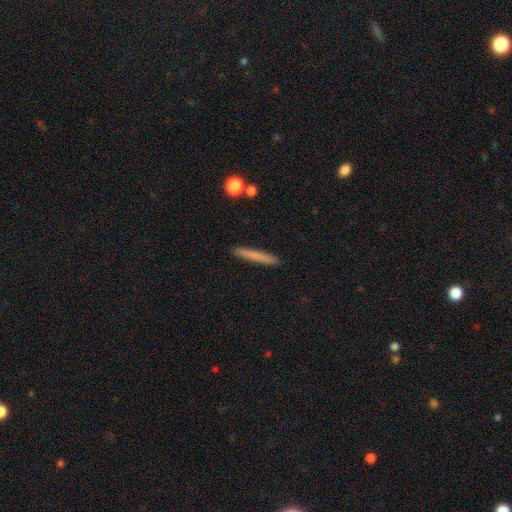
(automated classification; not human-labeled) smooth-or-featured: smooth: 72% | featured or disk: 20% | star or artifact: 7%
  how-rounded: cigar-shaped: 96% | in between: 3% | round: 1%
  merging: none: 91% | minor disturbance: 6% | major disturbance: 1% | merger: 1%